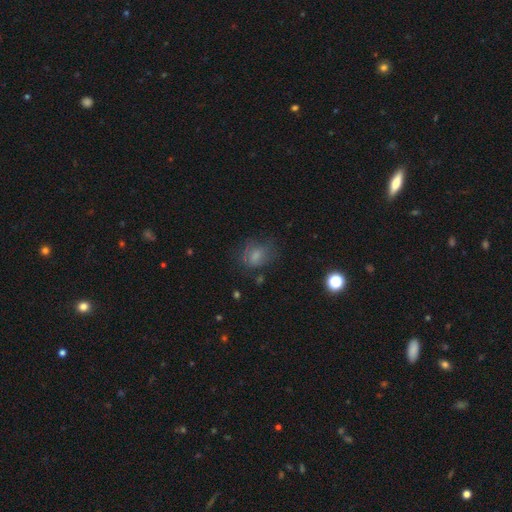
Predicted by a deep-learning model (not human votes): Smooth or featured? Predicted: smooth (p=0.64). How rounded? Predicted: in between (p=0.55). Merging? Predicted: none (p=0.54).